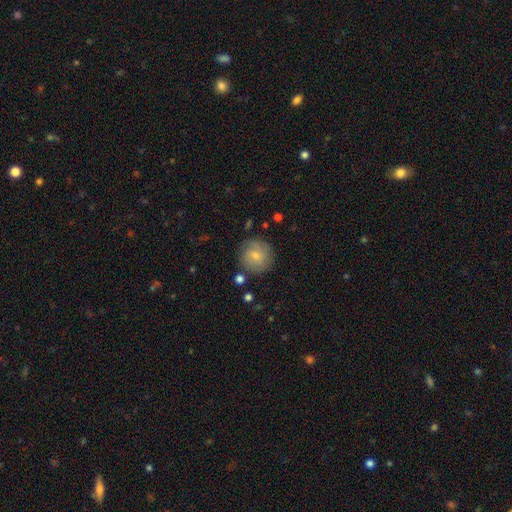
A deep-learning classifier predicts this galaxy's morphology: Overall: smooth (69%). How rounded: round (93%). Merging: none (81%).